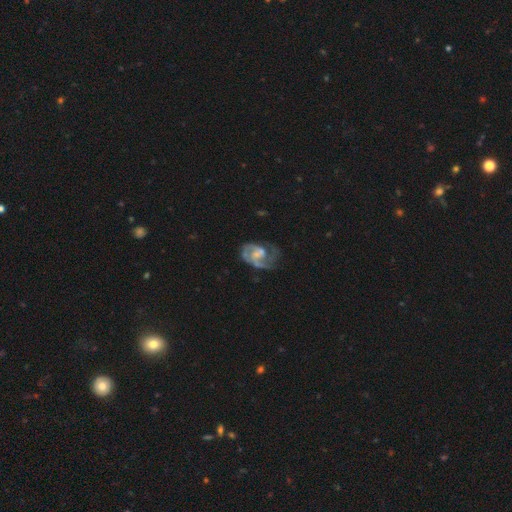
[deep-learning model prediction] smooth-or-featured: featured or disk: 81% | smooth: 13% | star or artifact: 6%
  disk-edge-on: no: 98% | yes: 2%
    bar: no: 53% | weak: 39% | strong: 8%
    has-spiral-arms: yes: 89% | no: 11%
      spiral-winding: medium: 49% | tight: 27% | loose: 24%
      spiral-arm-count: 2: 58% | can't tell: 14% | 1: 14% | 3: 9% | 4: 2% | more than 4: 2%
    bulge-size: small: 45% | moderate: 27% | none: 24% | large: 4% | dominant: 1%
  merging: none: 41% | major disturbance: 31% | minor disturbance: 22% | merger: 5%